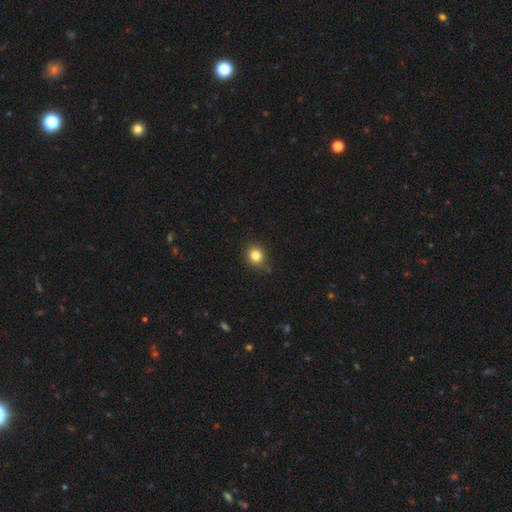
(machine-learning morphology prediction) smooth-or-featured: smooth: 83% | star or artifact: 11% | featured or disk: 6%
  how-rounded: round: 75% | in between: 24% | cigar-shaped: 1%
  merging: none: 83% | minor disturbance: 13% | major disturbance: 2% | merger: 1%